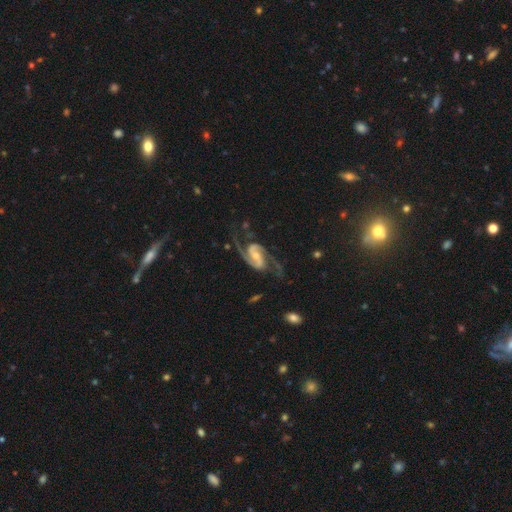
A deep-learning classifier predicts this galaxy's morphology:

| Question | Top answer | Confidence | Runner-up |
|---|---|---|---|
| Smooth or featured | featured or disk | 93% | star or artifact (4%) |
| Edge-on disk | no | 98% | yes (2%) |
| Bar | weak | 44% | strong (32%) |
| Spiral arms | yes | 98% | no (2%) |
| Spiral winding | medium | 55% | loose (31%) |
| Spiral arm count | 2 | 93% | 3 (2%) |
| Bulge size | small | 51% | moderate (40%) |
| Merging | none | 68% | minor disturbance (16%) |